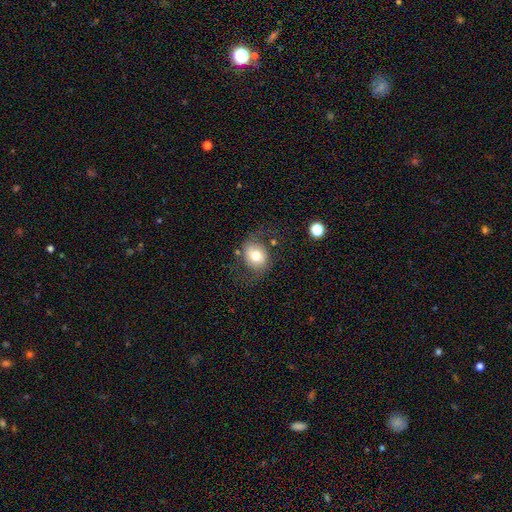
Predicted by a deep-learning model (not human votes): Smooth or featured? smooth (61%)
How rounded? round (60%)
Merging? none (62%)